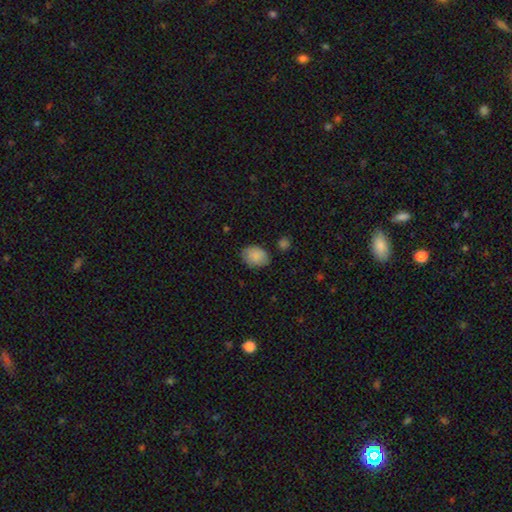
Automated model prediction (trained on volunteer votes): smooth_or_featured: smooth (p=0.86) [alt: star or artifact p=0.07]
how_rounded: in between (p=0.74) [alt: round p=0.25]
merging: none (p=0.75) [alt: minor disturbance p=0.18]